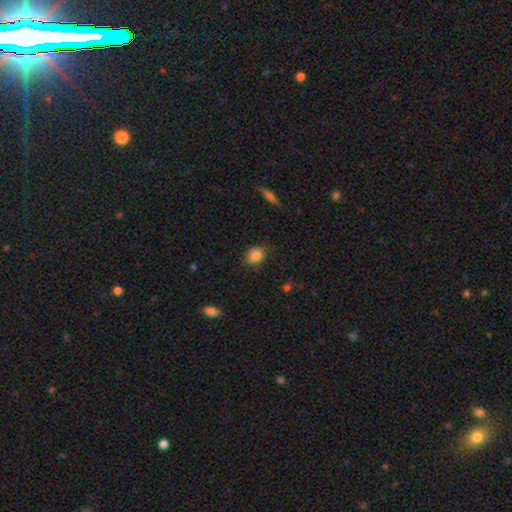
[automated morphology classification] type=smooth (84%); roundness=round (63%); merging=none (76%).